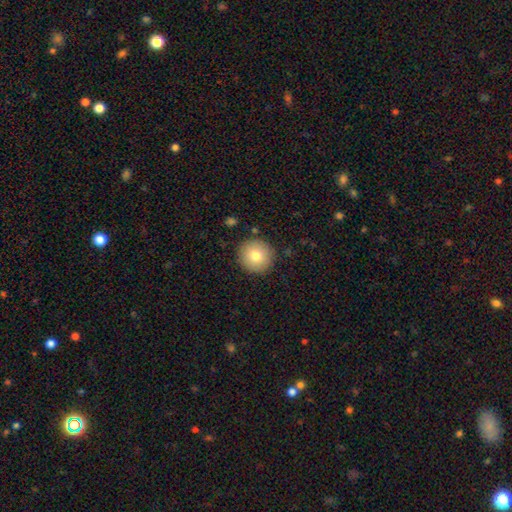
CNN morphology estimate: A smooth galaxy with no disk features (77%) that is round (94%). Merging: none (89%).